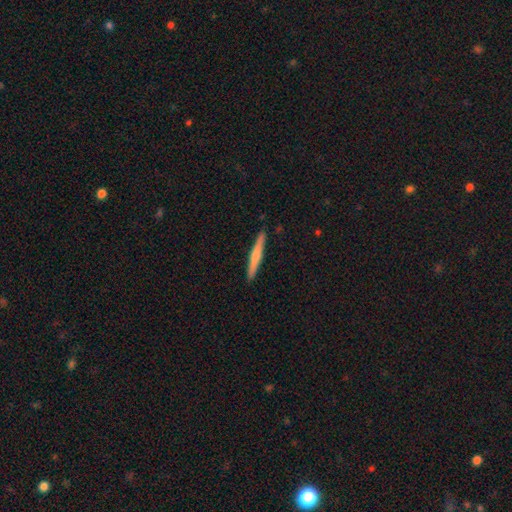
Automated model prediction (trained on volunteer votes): A smooth galaxy with no disk features (50%). Merging: none (91%).